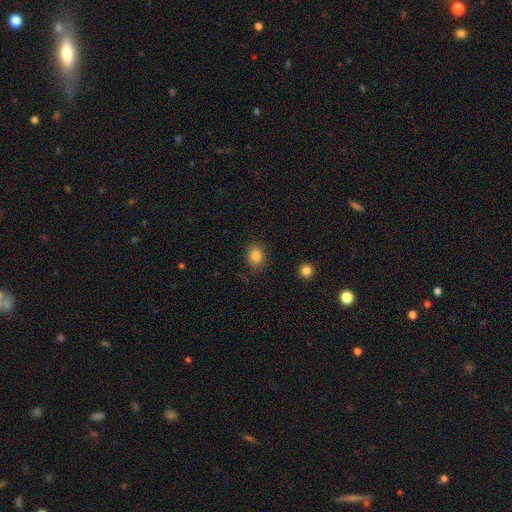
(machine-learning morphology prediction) This appears to be a smooth galaxy with no disk features (84%) that is round (54%). Merging: none (84%).